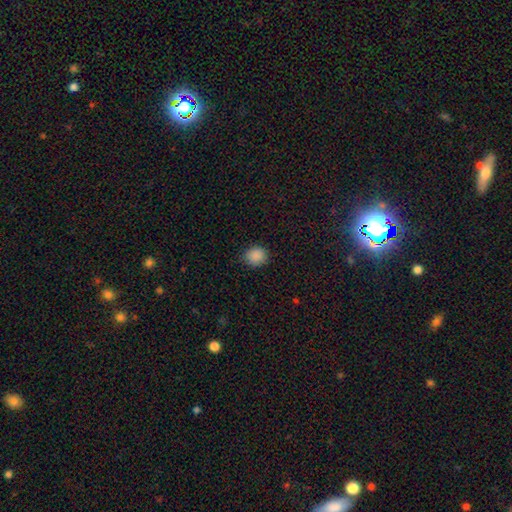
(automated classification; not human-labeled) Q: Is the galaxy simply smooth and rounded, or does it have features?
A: smooth — 88%.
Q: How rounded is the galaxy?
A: round — 73%.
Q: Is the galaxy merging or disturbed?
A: none — 84%.